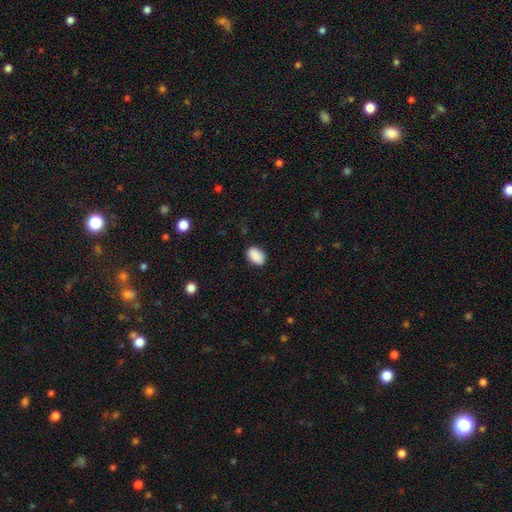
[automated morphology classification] The model was most divided on "how rounded": in between: 86%, round: 13%, cigar-shaped: 1%. More confident: smooth or featured — smooth (90%); merging — none (86%).